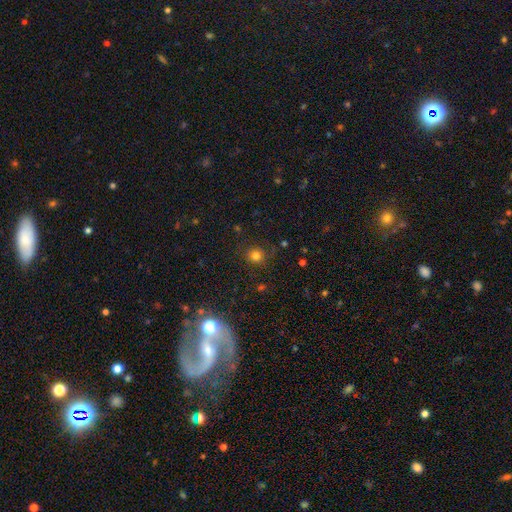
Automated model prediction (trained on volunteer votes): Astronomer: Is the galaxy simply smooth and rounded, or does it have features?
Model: smooth — 78%.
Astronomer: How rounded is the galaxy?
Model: round — 90%.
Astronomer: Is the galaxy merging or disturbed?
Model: none — 85%.